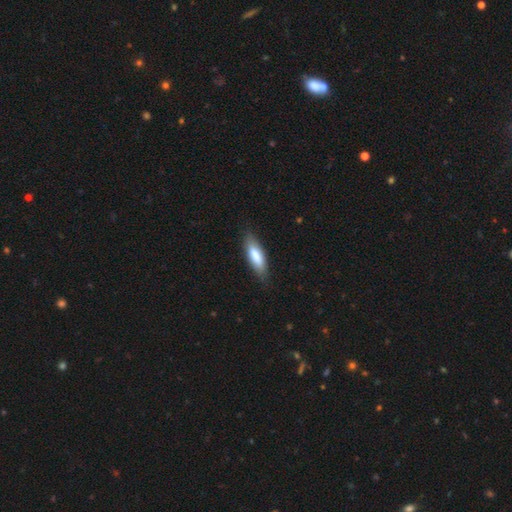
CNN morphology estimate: This appears to be a smooth galaxy with no disk features (80%) that is in between round and cigar-shaped (55%). Merging: none (81%).